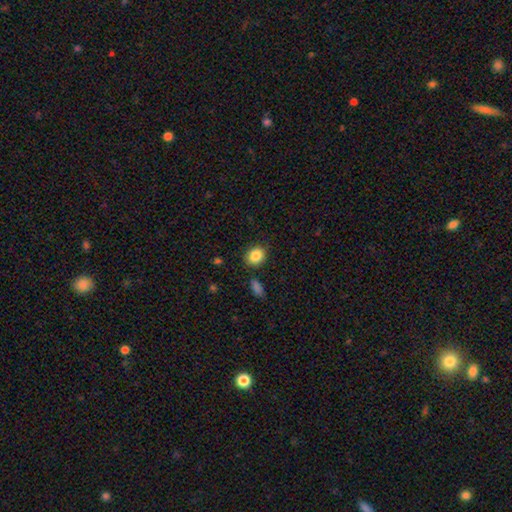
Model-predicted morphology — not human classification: Smooth or featured: smooth — 86% (star or artifact — 9%)
How rounded: round — 57% (in between — 42%)
Merging: none — 84% (minor disturbance — 10%)